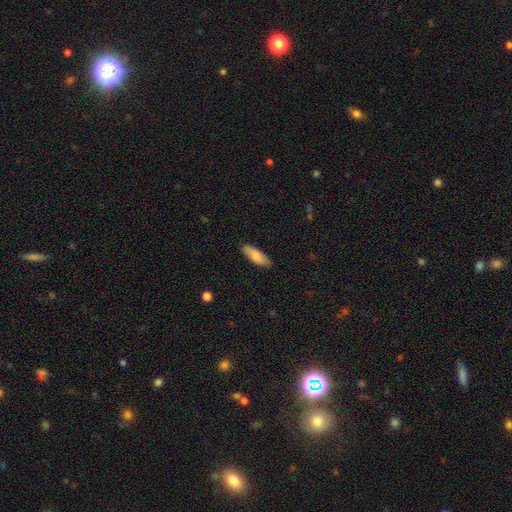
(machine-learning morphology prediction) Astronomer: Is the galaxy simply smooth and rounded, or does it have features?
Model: smooth — 82%.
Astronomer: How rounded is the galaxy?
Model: in between — 64%.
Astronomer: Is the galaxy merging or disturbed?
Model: none — 86%.